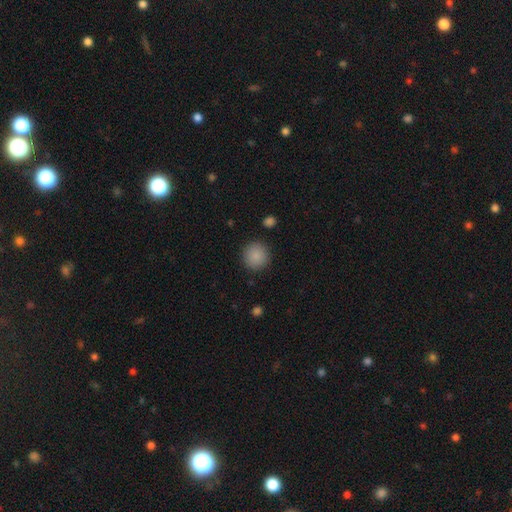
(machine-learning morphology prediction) Smooth or featured? Predicted: smooth (p=0.88). How rounded? Predicted: round (p=0.94). Merging? Predicted: none (p=0.90).